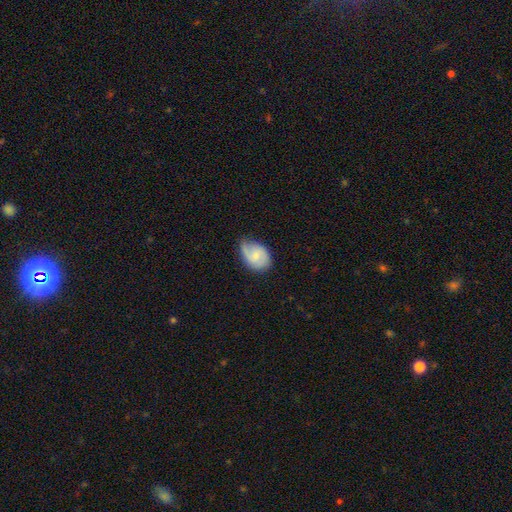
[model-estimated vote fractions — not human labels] The model was most divided on "smooth or featured": featured or disk: 53%, smooth: 41%, star or artifact: 6%. More confident: edge-on disk — no (97%); spiral arms — yes (87%); bulge size — small (59%); bar — no (58%); merging — none (52%).